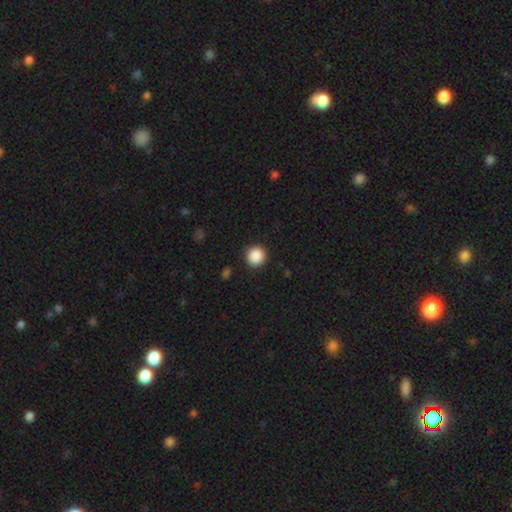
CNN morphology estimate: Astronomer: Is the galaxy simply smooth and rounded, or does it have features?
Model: smooth — 89%.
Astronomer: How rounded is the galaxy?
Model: round — 94%.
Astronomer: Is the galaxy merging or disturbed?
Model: none — 92%.